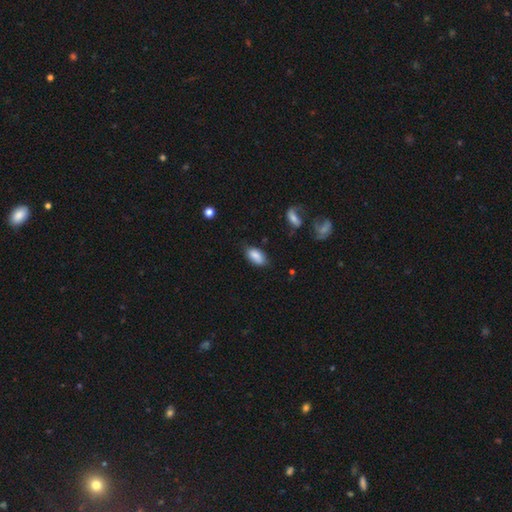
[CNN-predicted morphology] smooth_or_featured: smooth (p=0.84) [alt: featured or disk p=0.09]
how_rounded: in between (p=0.92) [alt: cigar-shaped p=0.05]
merging: none (p=0.68) [alt: minor disturbance p=0.25]